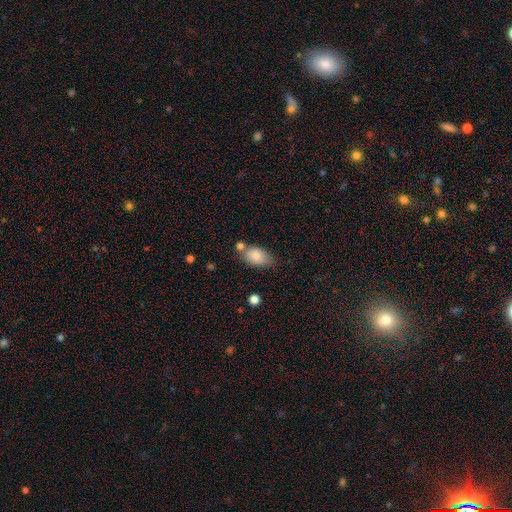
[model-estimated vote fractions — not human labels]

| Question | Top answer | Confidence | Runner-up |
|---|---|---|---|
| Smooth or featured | smooth | 83% | featured or disk (10%) |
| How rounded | in between | 89% | round (9%) |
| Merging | none | 55% | minor disturbance (23%) |